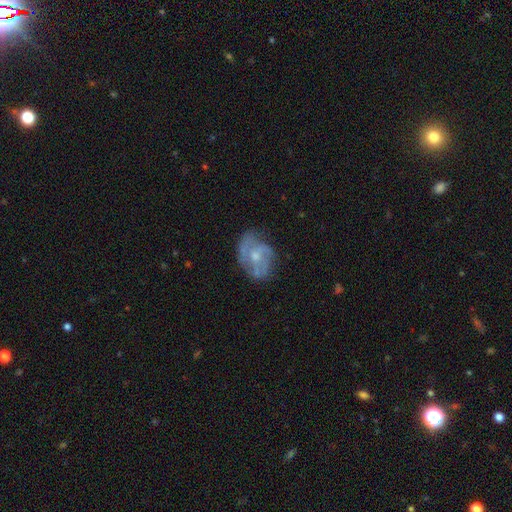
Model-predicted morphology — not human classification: smooth_or_featured: featured or disk (p=0.69) [alt: smooth p=0.23]
disk_edge_on: no (p=0.97) [alt: yes p=0.03]
bar: no (p=0.75) [alt: weak p=0.21]
has_spiral_arms: yes (p=0.67) [alt: no p=0.33]
bulge_size: moderate (p=0.52) [alt: small p=0.42]
merging: none (p=0.54) [alt: minor disturbance p=0.28]